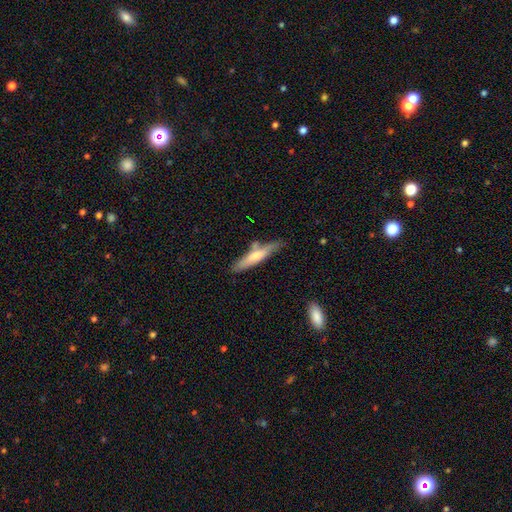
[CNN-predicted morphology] The model was most divided on "smooth or featured": smooth: 55%, featured or disk: 39%, star or artifact: 6%. More confident: how rounded — cigar-shaped (86%); merging — none (70%).